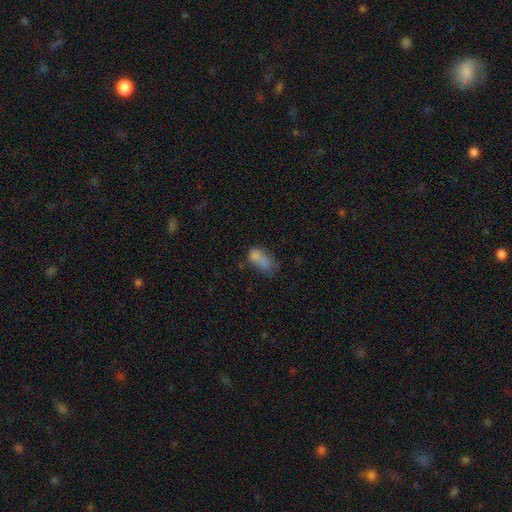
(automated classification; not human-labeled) Morphology: type=smooth (73%); roundness=in between (88%); merging=none (32%).